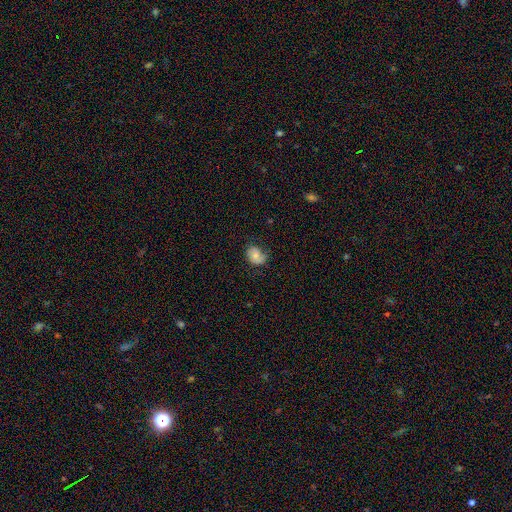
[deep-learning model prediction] A smooth galaxy with no disk features (64%) that is in between round and cigar-shaped (57%).

Vote fractions:
- Smooth or featured? smooth: 64% / featured or disk: 28% / star or artifact: 8%
- How rounded? in between: 57% / round: 42% / cigar-shaped: 1%
- Merging? none: 53% / minor disturbance: 33% / major disturbance: 13% / merger: 2%